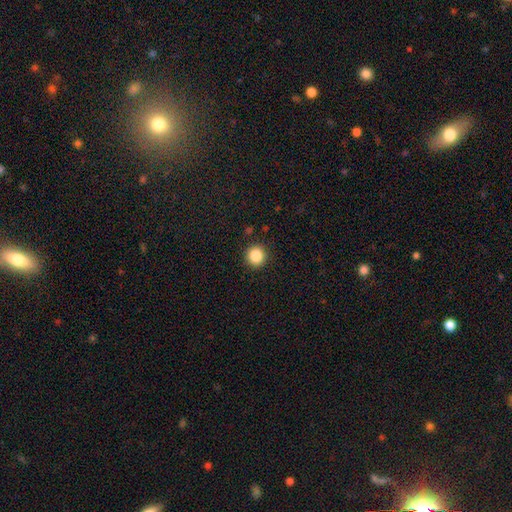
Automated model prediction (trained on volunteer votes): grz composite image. It shows a smooth galaxy with no disk features (85%) that is round (92%). Merging: none (92%).